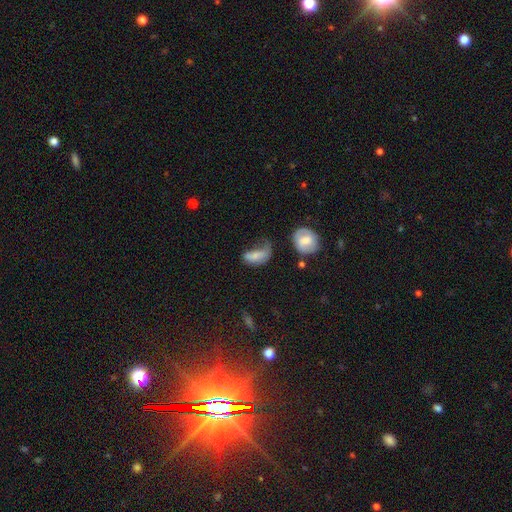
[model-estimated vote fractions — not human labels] Overall: smooth (66%). How rounded: in between (84%). Merging: major disturbance (44%; minor disturbance 26%).